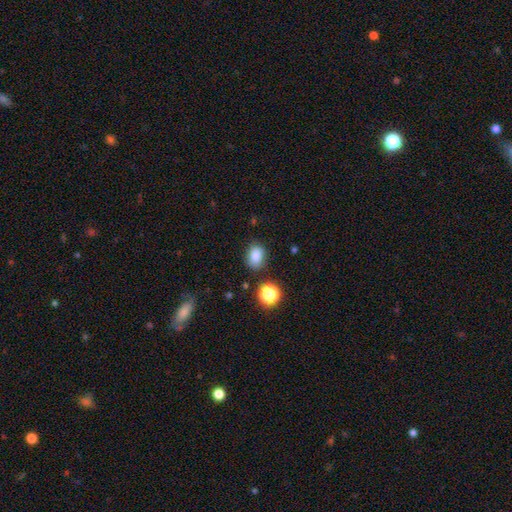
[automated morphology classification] Smooth or featured? Predicted: smooth (p=0.83). How rounded? Predicted: in between (p=0.67). Merging? Predicted: none (p=0.79).